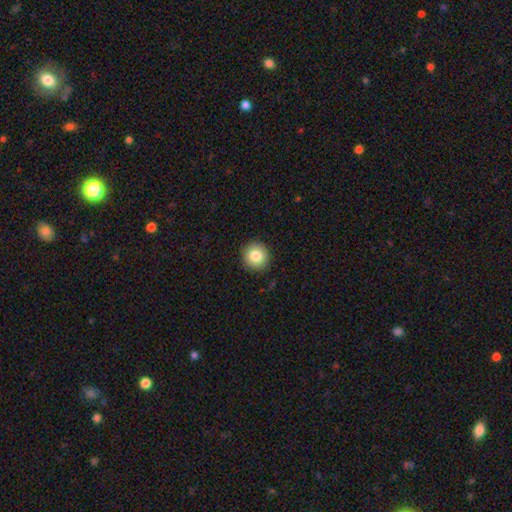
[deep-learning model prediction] A smooth galaxy with no disk features (84%) that is round (93%). Merging: none (91%).